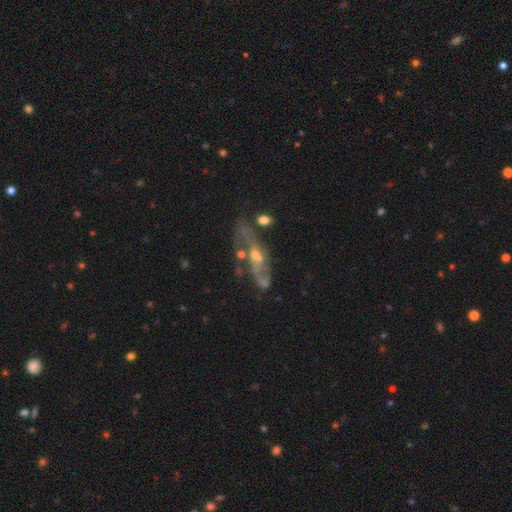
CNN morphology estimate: This is likely a featured or disk galaxy (74%). It is likely not viewed edge-on (78%). Bar: possibly no (56%). Spiral arm pattern: likely yes (66%). Central bulge: possibly small (50%). Merging: possibly none (49%).